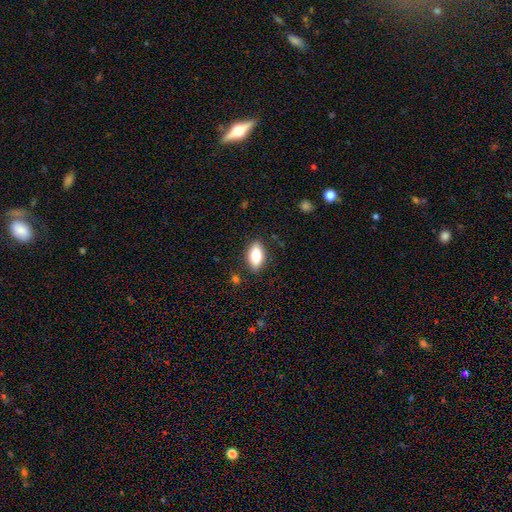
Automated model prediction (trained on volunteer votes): Morphology: type=smooth (78%); roundness=in between (87%); merging=none (86%).